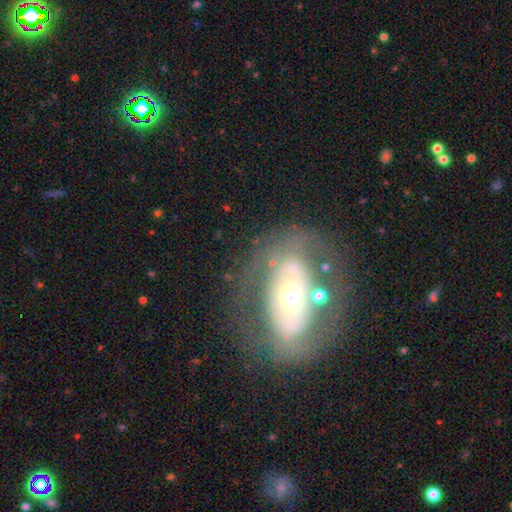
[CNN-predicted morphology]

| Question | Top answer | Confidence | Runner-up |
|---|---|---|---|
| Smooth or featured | featured or disk | 66% | smooth (27%) |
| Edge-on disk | no | 92% | yes (8%) |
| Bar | no | 71% | weak (16%) |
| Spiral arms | no | 67% | yes (33%) |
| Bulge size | moderate | 50% | small (41%) |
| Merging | none | 66% | minor disturbance (16%) |